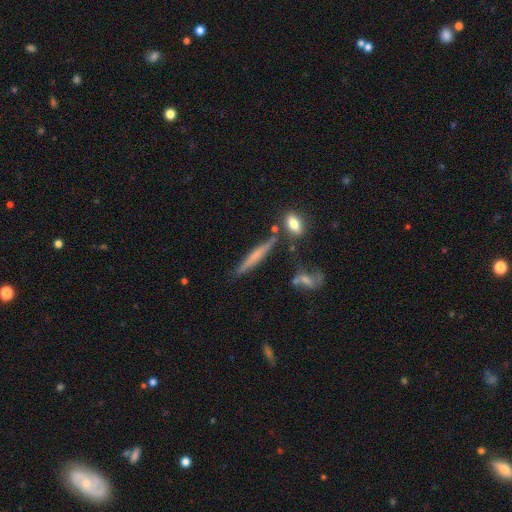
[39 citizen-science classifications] Smooth or featured?
  - smooth: 46% * (tied)
  - featured or disk: 46% * (tied)
  - star or artifact: 8%
How rounded?
  - cigar-shaped: 94% *
  - in between: 6%
  - round: 0%
Merging?
  - none: 64% *
  - minor disturbance: 17%
  - merger: 14%
  - major disturbance: 6%